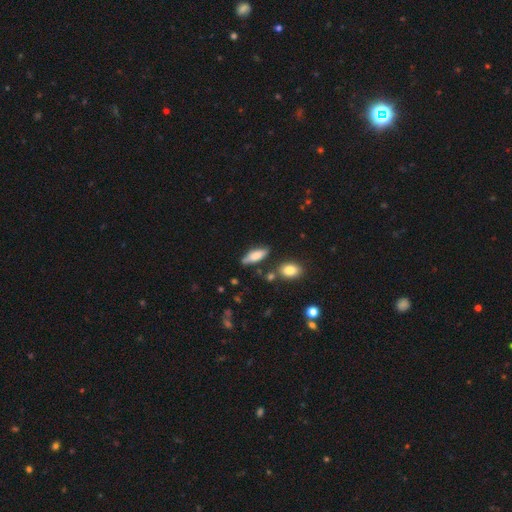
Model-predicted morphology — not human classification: Overall: smooth (73%). How rounded: in between (63%; cigar-shaped 35%). Merging: none (72%).